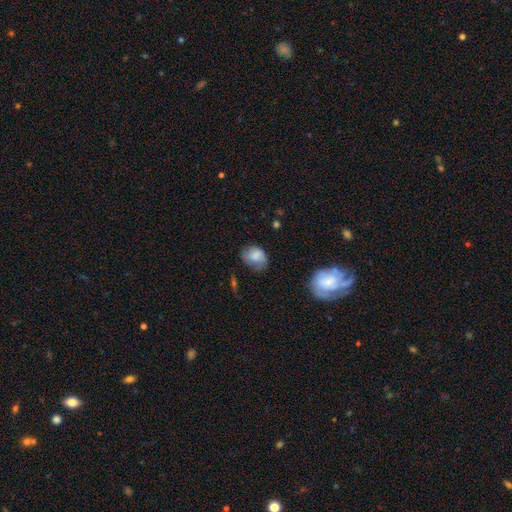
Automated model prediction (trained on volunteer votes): This appears to be a smooth galaxy with no disk features (78%) that is in between round and cigar-shaped (57%). Merging: none (53%).